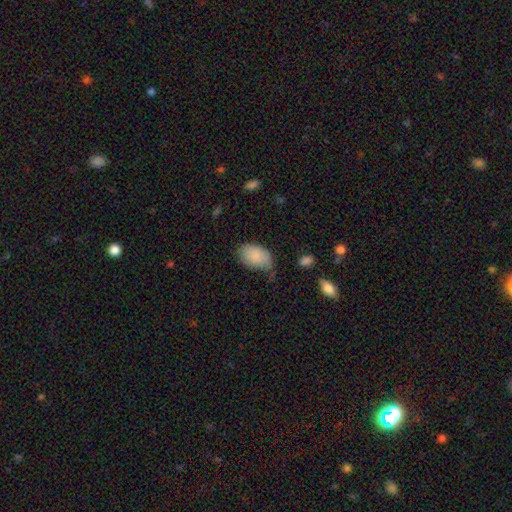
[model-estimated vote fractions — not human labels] This appears to be a smooth galaxy with no disk features (85%) that is in between round and cigar-shaped (91%). Merging: none (40%).